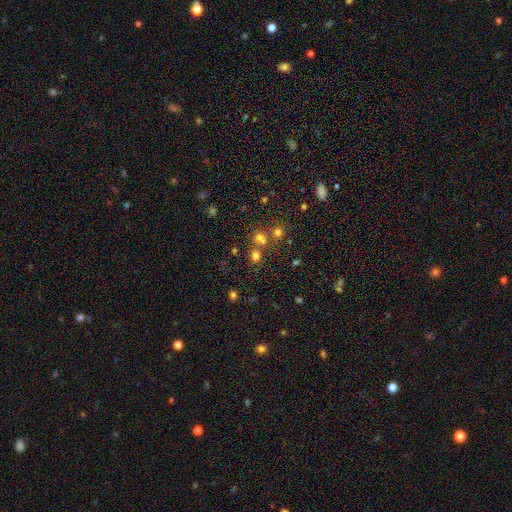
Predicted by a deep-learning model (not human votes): Q: Smooth or featured?
A: smooth (67%); runner-up: star or artifact (23%)
Q: How rounded?
A: round (83%); runner-up: in between (16%)
Q: Merging?
A: none (61%); runner-up: merger (28%)